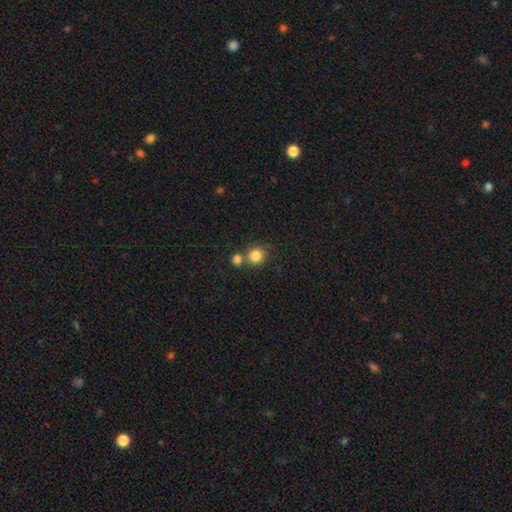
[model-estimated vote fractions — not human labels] Smooth or featured: smooth — 83% (star or artifact — 11%)
How rounded: round — 86% (in between — 14%)
Merging: none — 58% (merger — 30%)